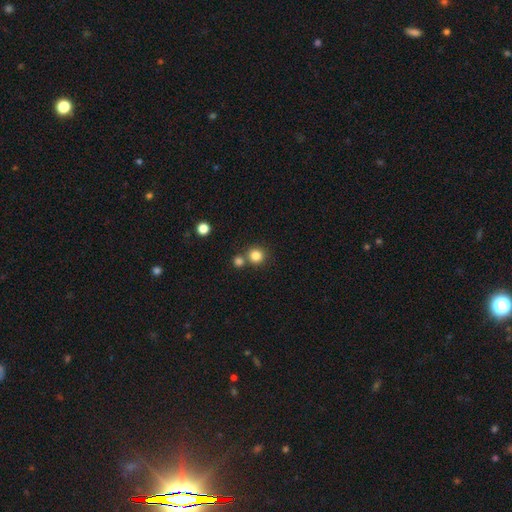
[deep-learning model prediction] This appears to be a smooth galaxy with no disk features (83%) that is round (93%). Merging: none (71%).